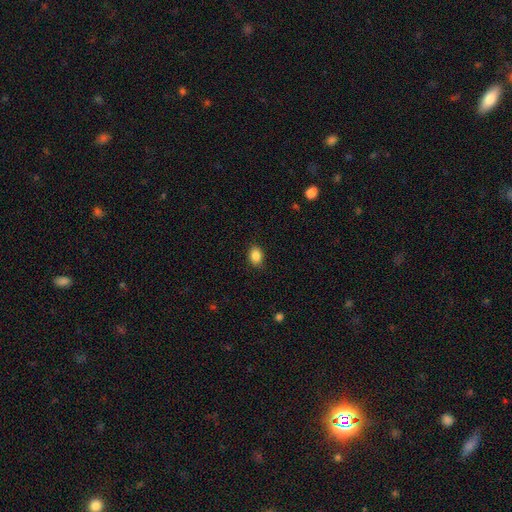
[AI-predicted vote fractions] smooth-or-featured: smooth: 87% | star or artifact: 9% | featured or disk: 4%
  how-rounded: in between: 62% | round: 37% | cigar-shaped: 1%
  merging: none: 88% | minor disturbance: 9% | major disturbance: 2% | merger: 1%